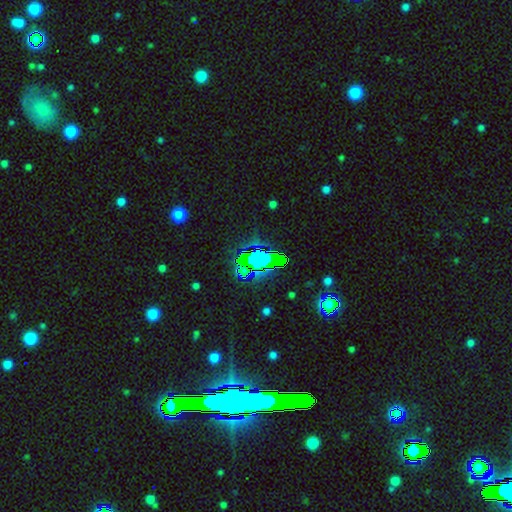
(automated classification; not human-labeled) star or artifact 69%, smooth 19%, featured or disk 12%.